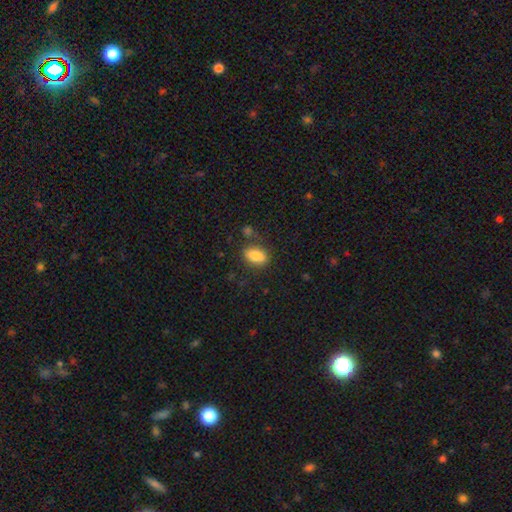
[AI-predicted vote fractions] Smooth or featured? smooth (84%)
How rounded? in between (88%)
Merging? none (78%)